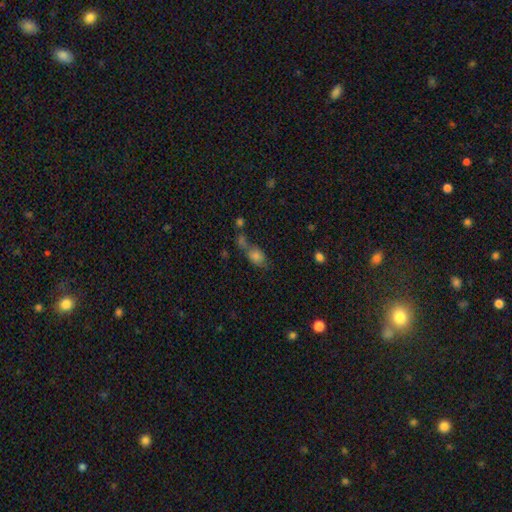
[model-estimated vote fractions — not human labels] Morphology: type=smooth (67%); roundness=in between (72%); merging=merger (38%).